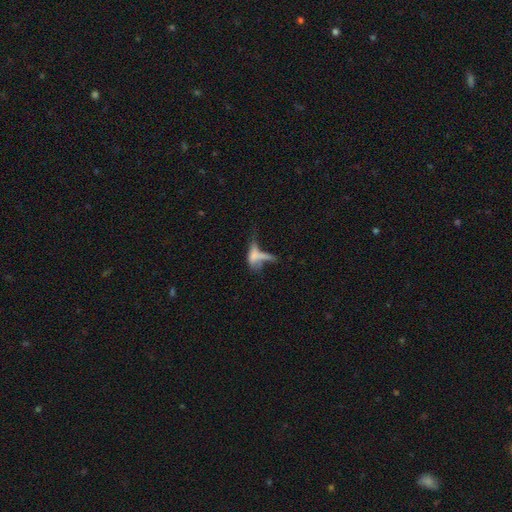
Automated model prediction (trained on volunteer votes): Smooth or featured?
  - smooth: 53% *
  - featured or disk: 34%
  - star or artifact: 14%
How rounded?
  - in between: 52% *
  - cigar-shaped: 41%
  - round: 7%
Merging?
  - merger: 47% *
  - major disturbance: 22%
  - none: 20%
  - minor disturbance: 11%